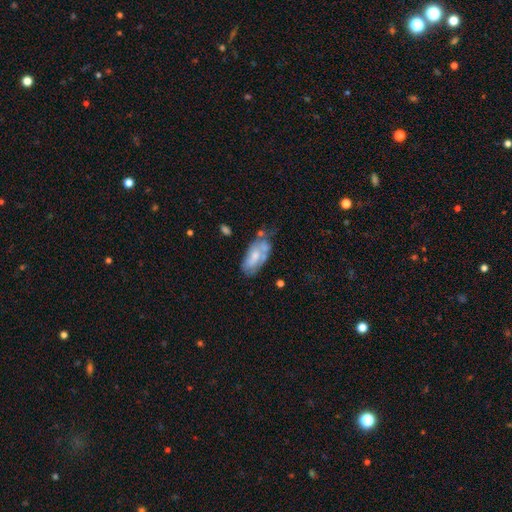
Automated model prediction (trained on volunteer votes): The model was most divided on "smooth or featured": featured or disk: 48%, smooth: 45%, star or artifact: 7%. Remaining: merging — none (38%).